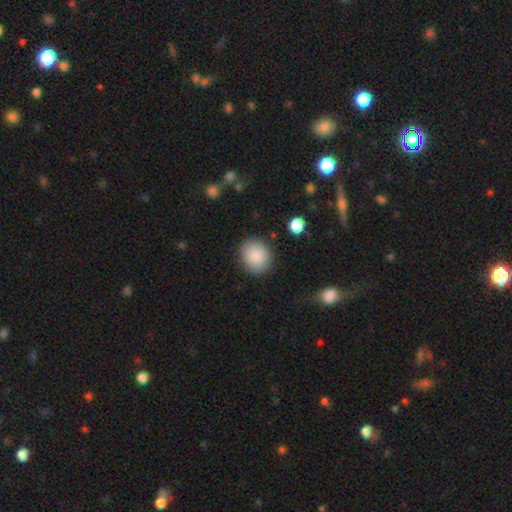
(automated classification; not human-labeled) Smooth or featured? smooth (87%)
How rounded? round (70%)
Merging? none (87%)